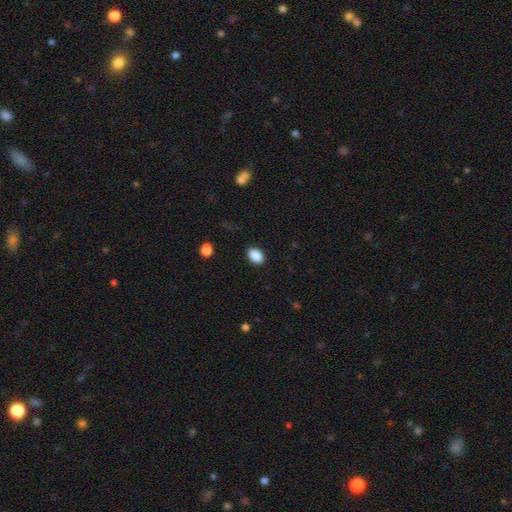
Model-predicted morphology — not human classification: smooth-or-featured: smooth: 89% | star or artifact: 8% | featured or disk: 3%
  how-rounded: in between: 82% | round: 17% | cigar-shaped: 1%
  merging: none: 88% | minor disturbance: 8% | major disturbance: 2% | merger: 1%